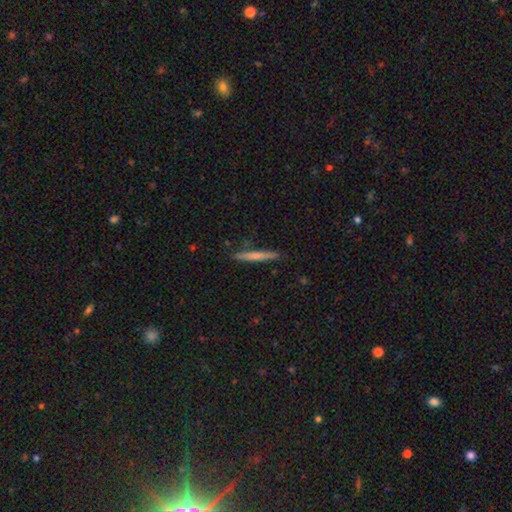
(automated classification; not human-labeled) Smooth or featured?
  - smooth: 63% *
  - featured or disk: 32%
  - star or artifact: 5%
How rounded?
  - cigar-shaped: 96% *
  - in between: 3%
  - round: 1%
Merging?
  - none: 88% *
  - minor disturbance: 9%
  - major disturbance: 2%
  - merger: 2%